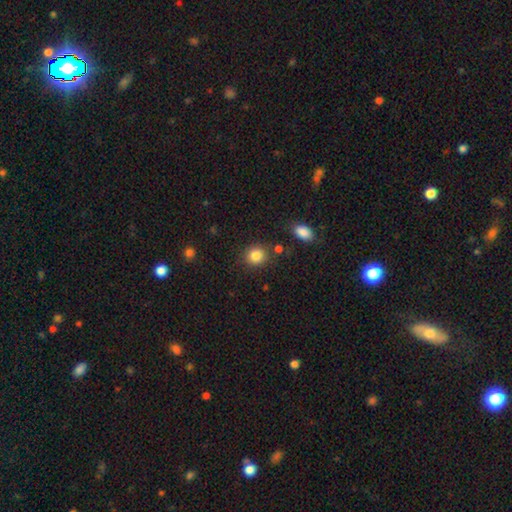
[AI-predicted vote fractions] A smooth galaxy with no disk features (86%) that is round (82%). Merging: none (83%).